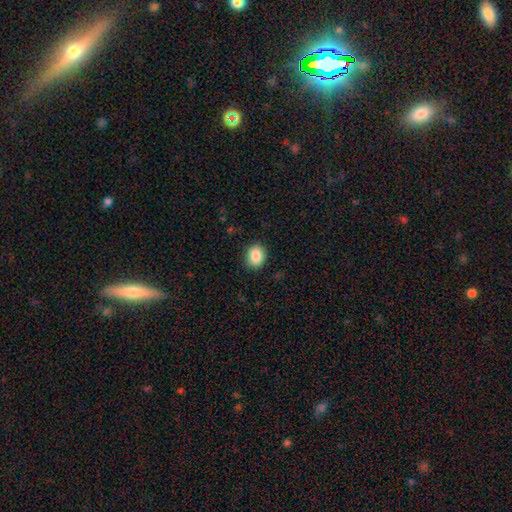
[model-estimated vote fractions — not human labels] Morphology: type=smooth (87%); roundness=in between (52%); merging=none (88%).